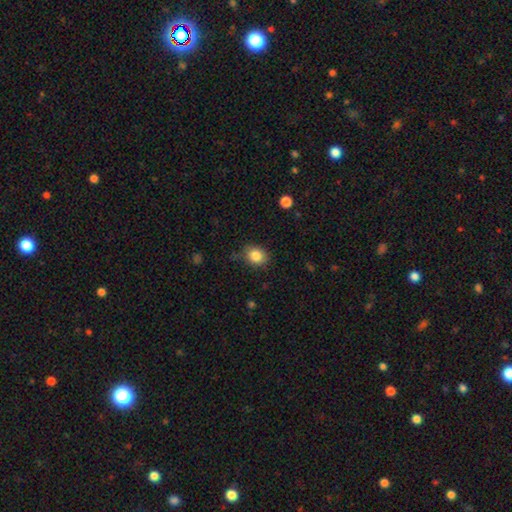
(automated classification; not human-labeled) Smooth or featured? Predicted: smooth (p=0.84). How rounded? Predicted: round (p=0.61). Merging? Predicted: none (p=0.76).